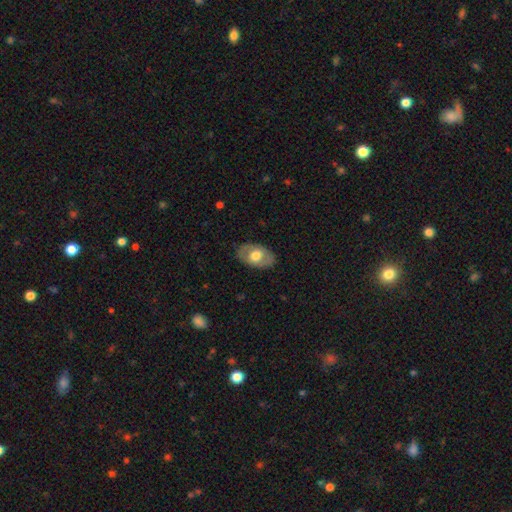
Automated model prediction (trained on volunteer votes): Morphology: type=smooth (58%); roundness=in between (88%); merging=none (83%).